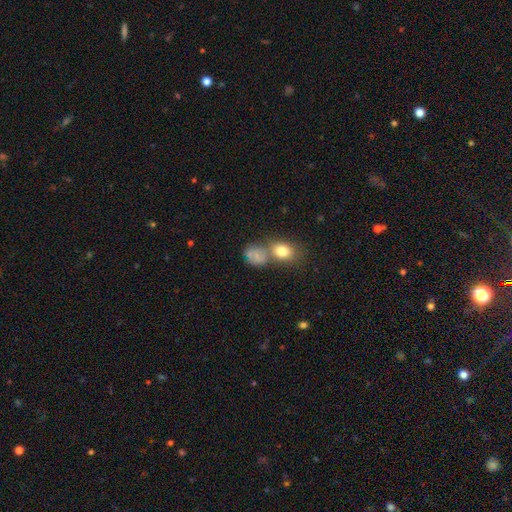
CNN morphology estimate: This is likely a smooth galaxy (71%). How rounded: possibly round (50%). Merging: marginally none (41%).